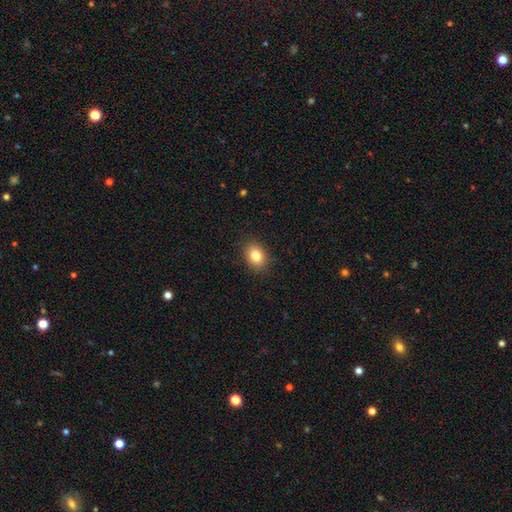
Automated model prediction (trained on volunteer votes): Smooth or featured? smooth (84%)
How rounded? in between (67%)
Merging? none (88%)